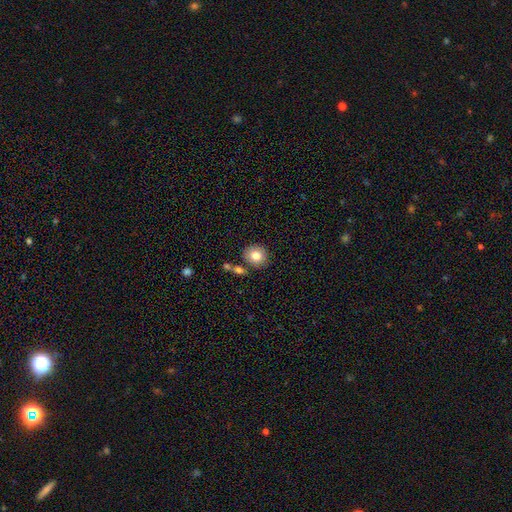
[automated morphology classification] This appears to be a smooth galaxy with no disk features (81%) that is round (82%). Merging: none (78%).